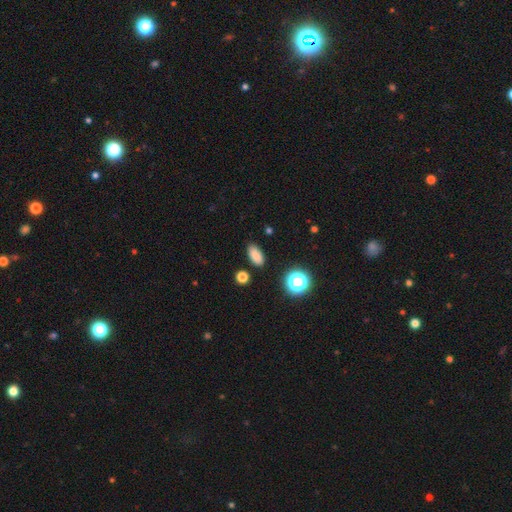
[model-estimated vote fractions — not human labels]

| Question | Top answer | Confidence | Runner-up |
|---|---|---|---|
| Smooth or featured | smooth | 82% | star or artifact (13%) |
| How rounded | in between | 87% | round (8%) |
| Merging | none | 86% | minor disturbance (9%) |